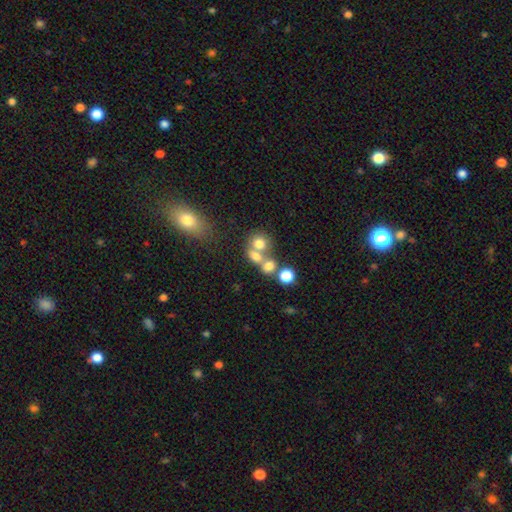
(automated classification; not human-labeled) smooth-or-featured: smooth: 66% | featured or disk: 18% | star or artifact: 15%
  how-rounded: round: 64% | in between: 34% | cigar-shaped: 2%
  merging: merger: 53% | none: 33% | minor disturbance: 8% | major disturbance: 6%